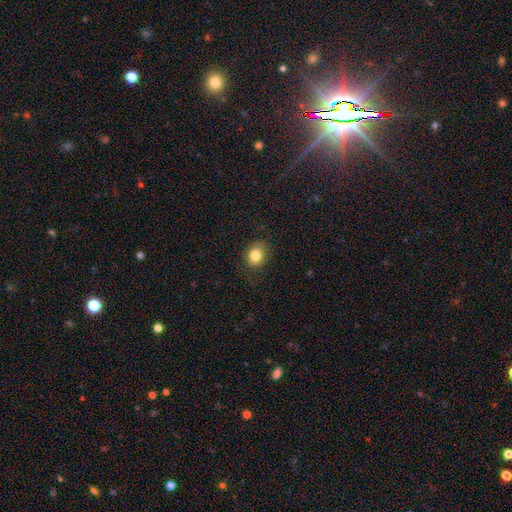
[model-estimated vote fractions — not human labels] The model was most divided on "how rounded": round: 53%, in between: 46%, cigar-shaped: 1%. More confident: smooth or featured — smooth (82%); merging — none (79%).